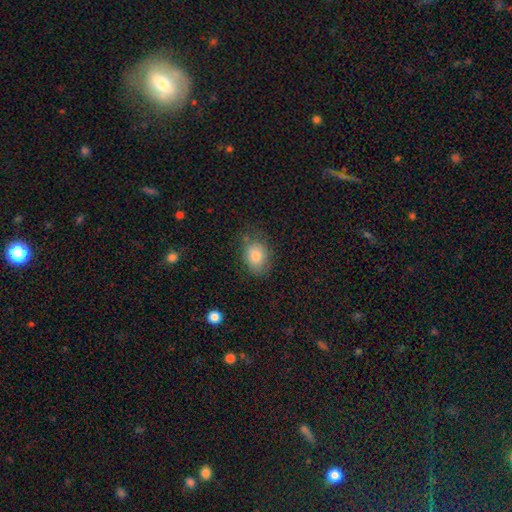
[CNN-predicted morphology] Smooth or featured? Predicted: smooth (p=0.81). How rounded? Predicted: in between (p=0.66). Merging? Predicted: none (p=0.69).